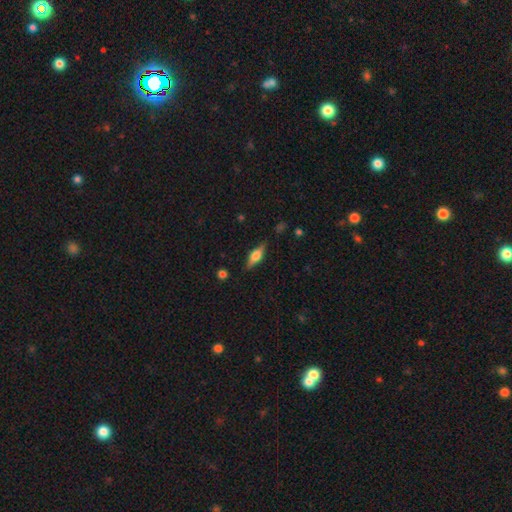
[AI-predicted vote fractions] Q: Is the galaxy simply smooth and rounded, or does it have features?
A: smooth — 50%.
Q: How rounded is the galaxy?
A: in between — 57%.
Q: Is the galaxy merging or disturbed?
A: none — 83%.